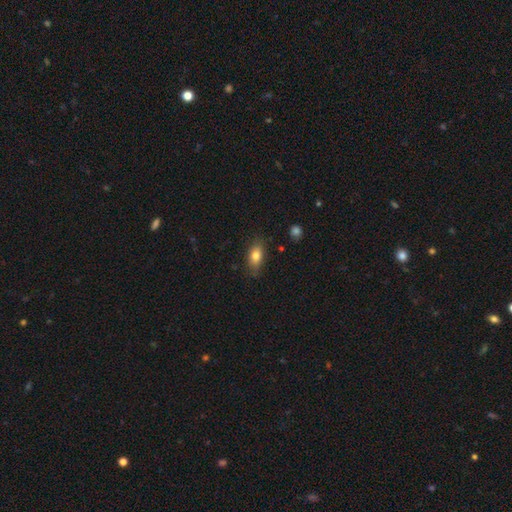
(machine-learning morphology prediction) Q: Smooth or featured?
A: smooth (79%); runner-up: featured or disk (12%)
Q: How rounded?
A: in between (85%); runner-up: round (8%)
Q: Merging?
A: none (80%); runner-up: minor disturbance (15%)